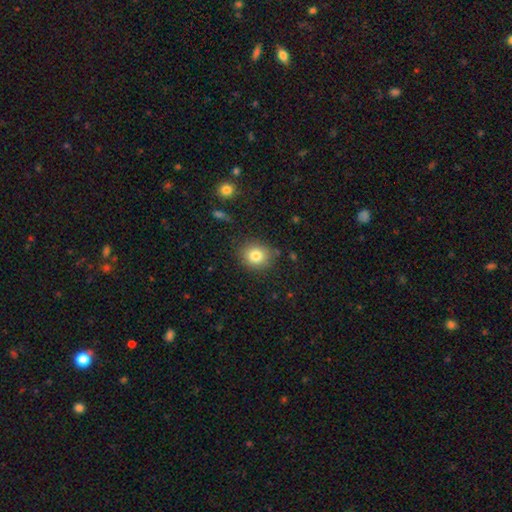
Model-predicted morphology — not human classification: This appears to be a smooth galaxy with no disk features (81%) that is round (76%). Merging: none (84%).